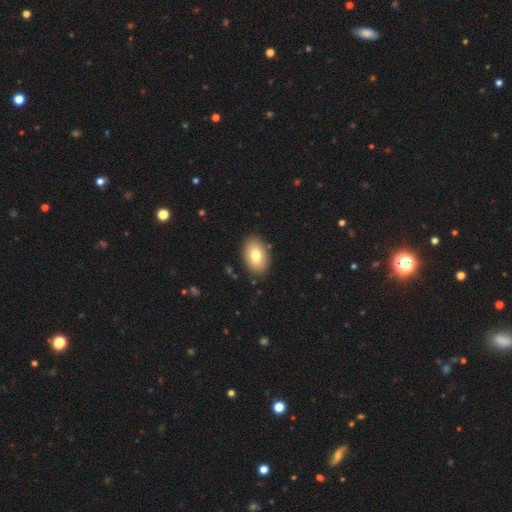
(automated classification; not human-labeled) Smooth or featured?
  - smooth: 76% *
  - featured or disk: 16%
  - star or artifact: 7%
How rounded?
  - in between: 89% *
  - round: 10%
  - cigar-shaped: 1%
Merging?
  - none: 87% *
  - minor disturbance: 9%
  - major disturbance: 2%
  - merger: 1%